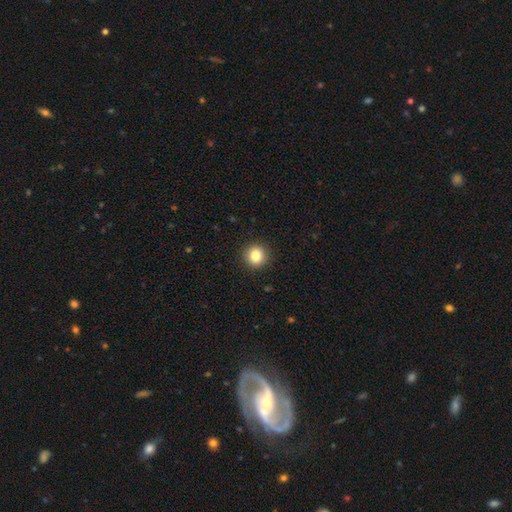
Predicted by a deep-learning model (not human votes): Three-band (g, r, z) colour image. It shows a smooth galaxy with no disk features (85%) that is round (93%). Merging: none (92%).